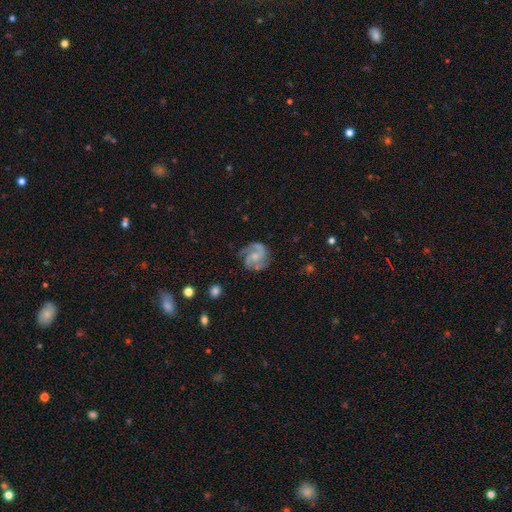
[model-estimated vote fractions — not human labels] Morphology: type=featured or disk (85%); edge-on=no (98%); bar=no (59%); spiral arms=yes (97%); winding=medium (53%); arm count=2 (62%); bulge=small (51%); merging=none (70%).